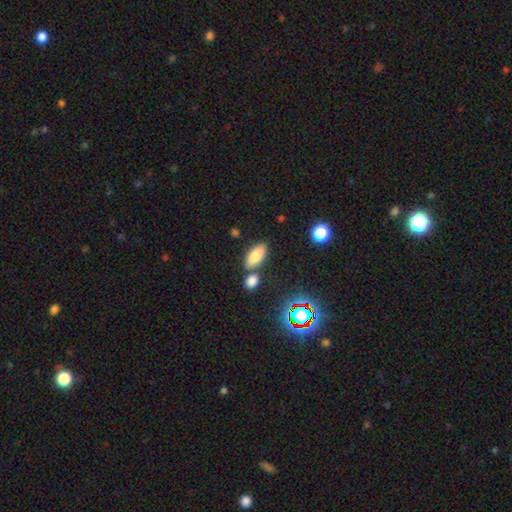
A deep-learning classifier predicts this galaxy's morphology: A smooth galaxy with no disk features (77%) that is in between round and cigar-shaped (87%).

Vote fractions:
- Smooth or featured? smooth: 77% / featured or disk: 12% / star or artifact: 10%
- How rounded? in between: 87% / cigar-shaped: 9% / round: 4%
- Merging? none: 72% / merger: 14% / minor disturbance: 11% / major disturbance: 3%